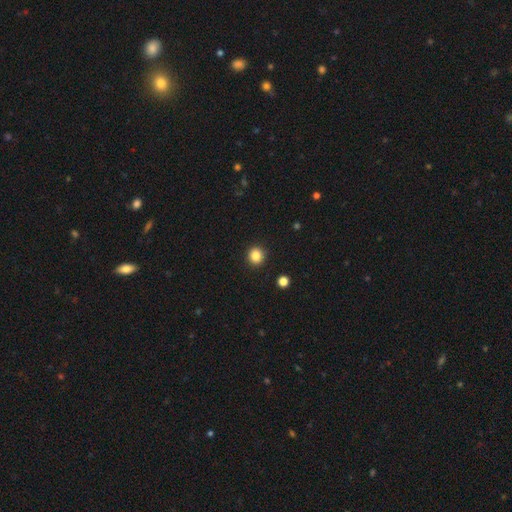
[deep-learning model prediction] smooth_or_featured: smooth (p=0.84) [alt: star or artifact p=0.11]
how_rounded: round (p=0.92) [alt: in between p=0.07]
merging: none (p=0.93) [alt: minor disturbance p=0.05]